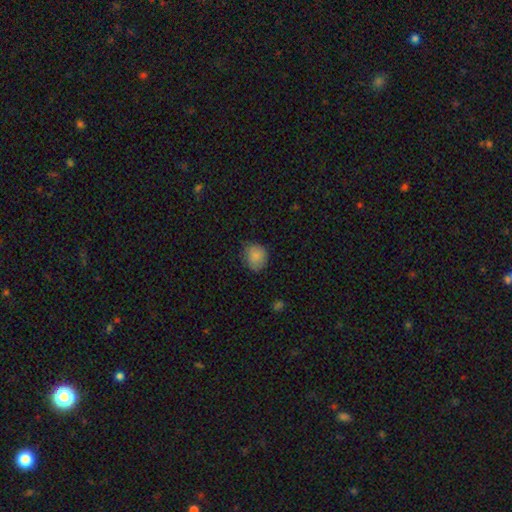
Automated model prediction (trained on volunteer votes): Smooth or featured? smooth (86%)
How rounded? round (72%)
Merging? none (76%)